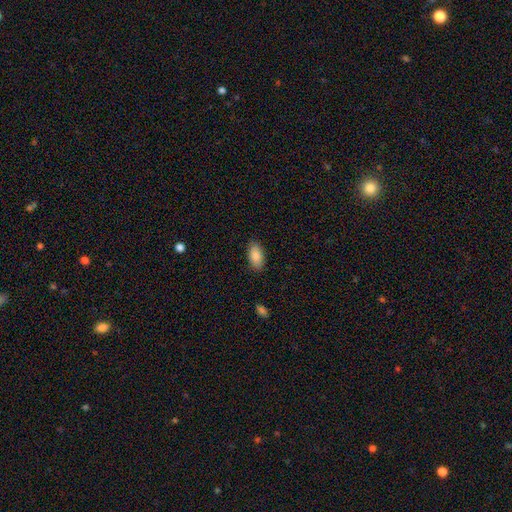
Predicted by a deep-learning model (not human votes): A smooth galaxy with no disk features (87%) that is in between round and cigar-shaped (93%). Merging: none (87%).